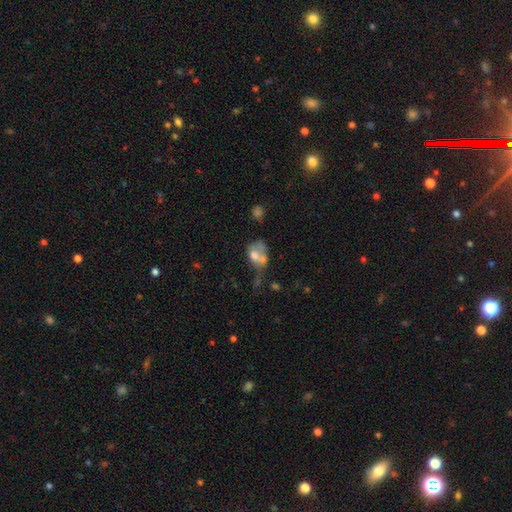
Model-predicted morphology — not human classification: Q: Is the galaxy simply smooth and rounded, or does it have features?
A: smooth — 59%.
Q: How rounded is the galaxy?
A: in between — 68%.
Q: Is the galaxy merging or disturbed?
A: merger — 49%.